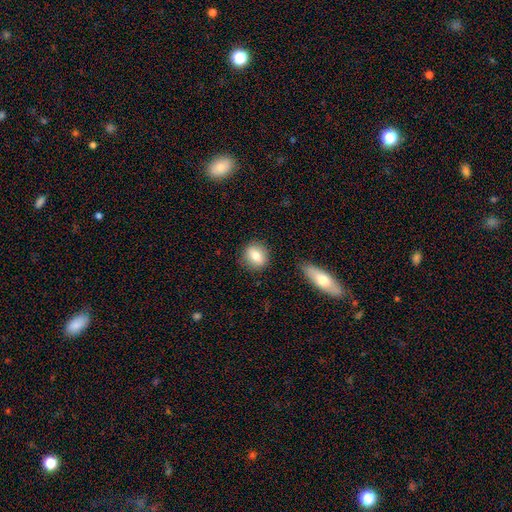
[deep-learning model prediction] smooth-or-featured: smooth: 78% | featured or disk: 14% | star or artifact: 8%
  how-rounded: round: 69% | in between: 29% | cigar-shaped: 2%
  merging: none: 84% | minor disturbance: 11% | major disturbance: 3% | merger: 2%